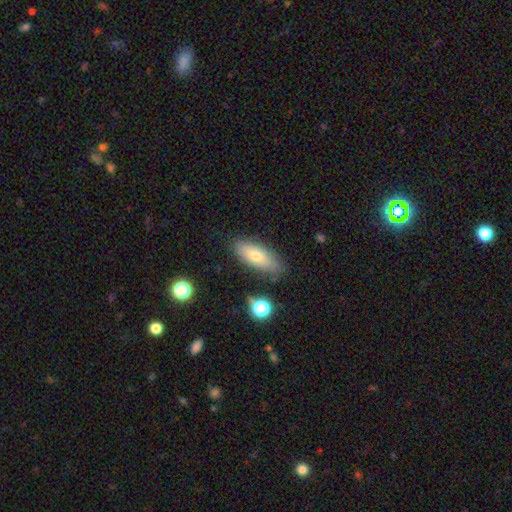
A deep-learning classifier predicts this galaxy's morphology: The model was most divided on "how rounded": in between: 74%, cigar-shaped: 23%, round: 3%. More confident: merging — none (80%); smooth or featured — smooth (71%).